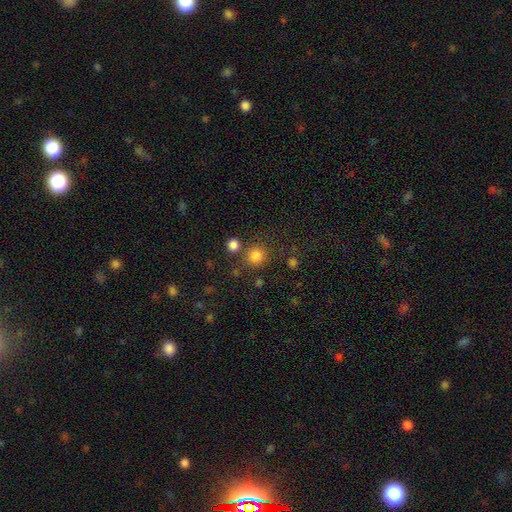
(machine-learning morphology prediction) A smooth galaxy with no disk features (82%) that is round (89%).

Vote fractions:
- Smooth or featured? smooth: 82% / star or artifact: 13% / featured or disk: 5%
- How rounded? round: 89% / in between: 10% / cigar-shaped: 1%
- Merging? none: 75% / merger: 11% / minor disturbance: 9% / major disturbance: 4%